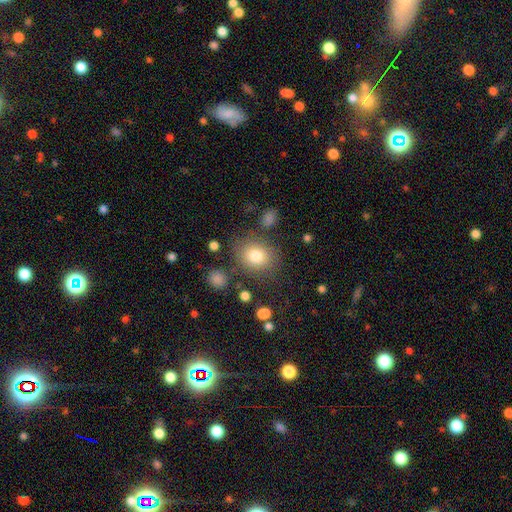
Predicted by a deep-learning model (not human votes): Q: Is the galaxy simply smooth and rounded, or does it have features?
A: smooth — 81%.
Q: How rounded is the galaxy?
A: round — 64%.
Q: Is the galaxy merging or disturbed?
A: none — 77%.